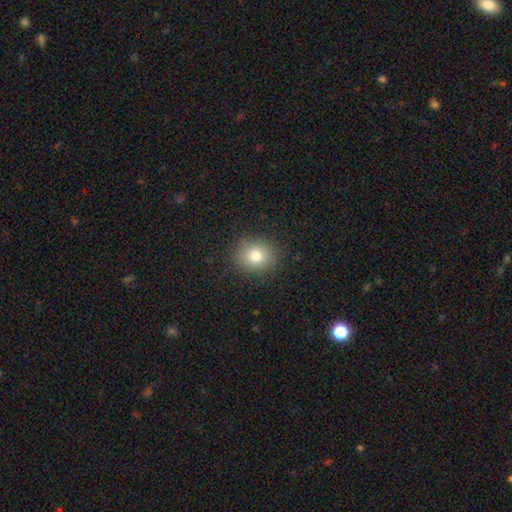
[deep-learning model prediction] Q: Smooth or featured?
A: smooth (78%); runner-up: star or artifact (13%)
Q: How rounded?
A: round (82%); runner-up: in between (17%)
Q: Merging?
A: none (88%); runner-up: minor disturbance (8%)